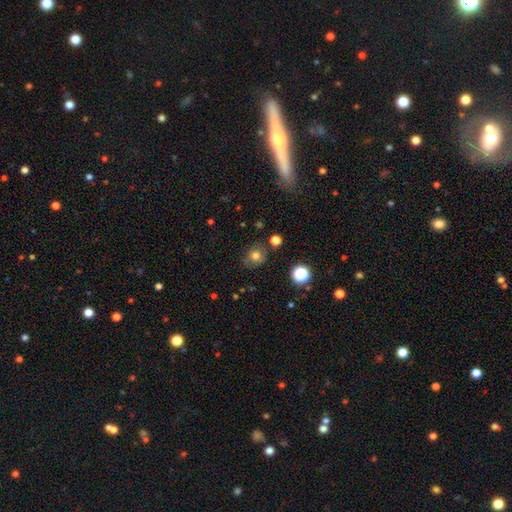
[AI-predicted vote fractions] Smooth or featured? smooth (74%)
How rounded? round (77%)
Merging? none (75%)